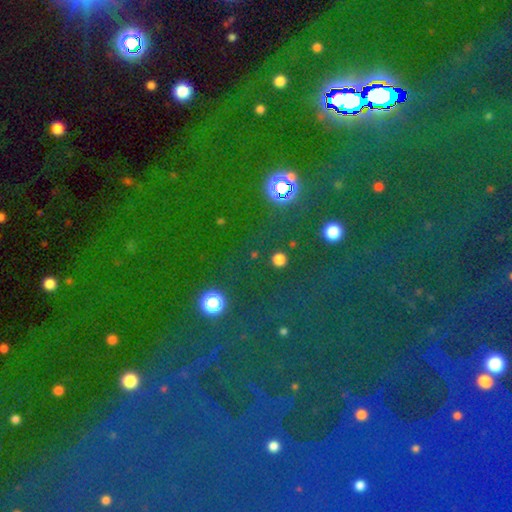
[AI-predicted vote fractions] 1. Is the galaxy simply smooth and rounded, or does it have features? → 79% star or artifact, 12% smooth, 8% featured or disk.